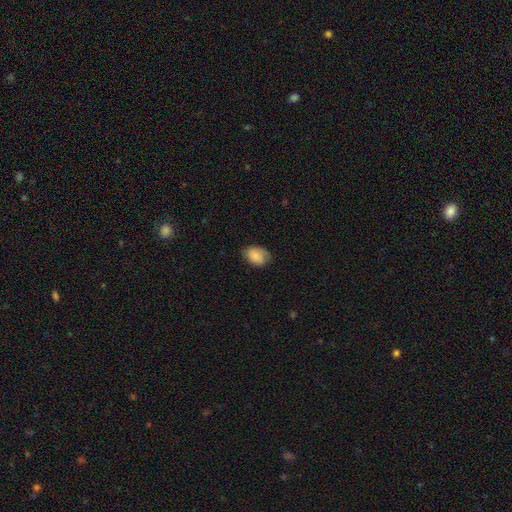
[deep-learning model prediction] Smooth or featured? Predicted: smooth (p=0.82). How rounded? Predicted: in between (p=0.78). Merging? Predicted: none (p=0.64).